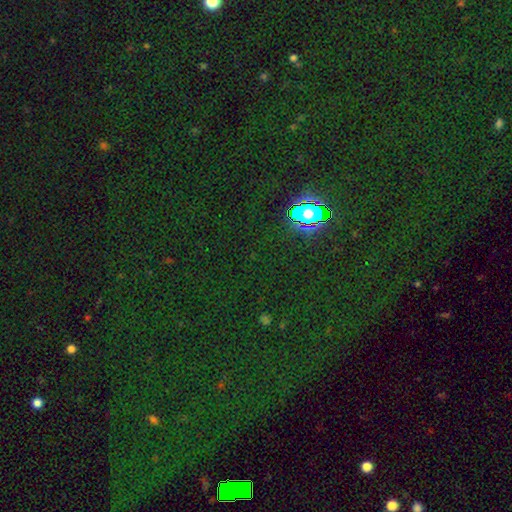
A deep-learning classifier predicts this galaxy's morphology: type=star or artifact (82%).